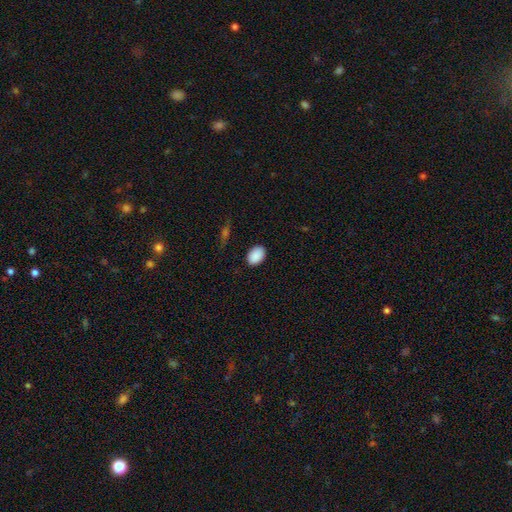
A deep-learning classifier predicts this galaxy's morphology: smooth 90%, star or artifact 7%, featured or disk 3%. Down the decision tree: how rounded — in between (83%); merging — none (87%).